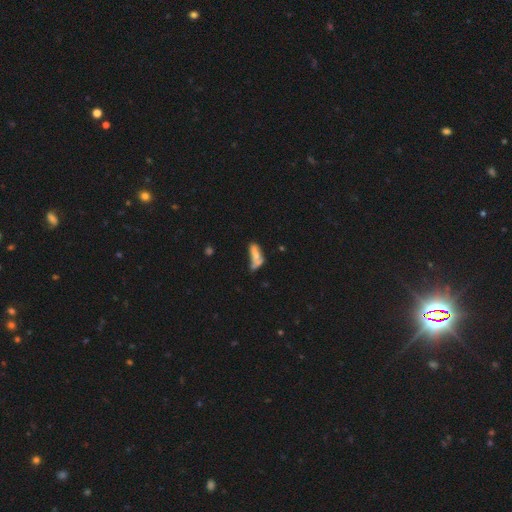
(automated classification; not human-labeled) smooth 58%, featured or disk 30%, star or artifact 12%. Down the decision tree: how rounded — in between (62%); merging — merger (38%).